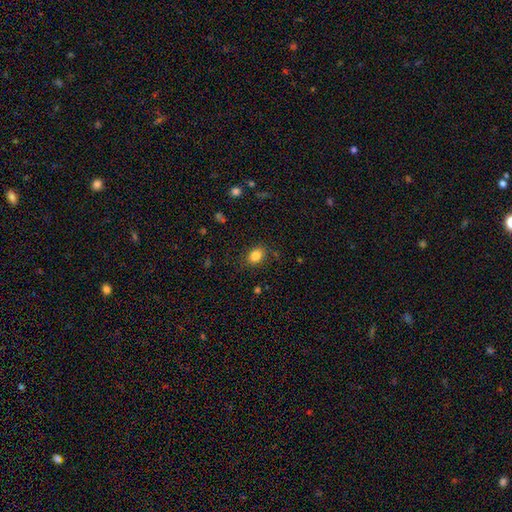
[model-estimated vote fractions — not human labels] A smooth galaxy with no disk features (83%) that is in between round and cigar-shaped (61%).

Vote fractions:
- Smooth or featured? smooth: 83% / star or artifact: 10% / featured or disk: 6%
- How rounded? in between: 61% / round: 38% / cigar-shaped: 1%
- Merging? none: 83% / minor disturbance: 12% / major disturbance: 3% / merger: 2%